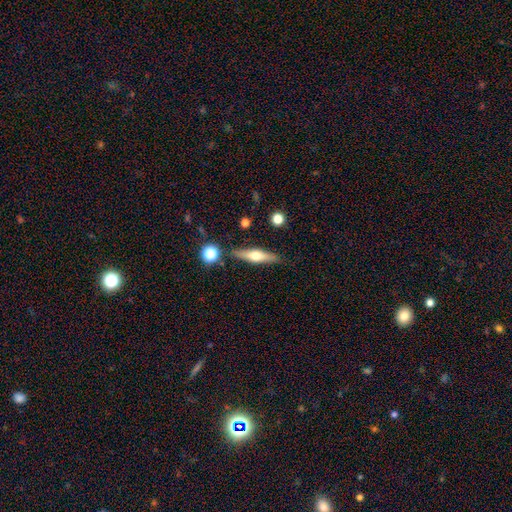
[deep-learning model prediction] Smooth or featured? featured or disk (52%)
Edge-on disk? yes (92%)
Merging? none (84%)